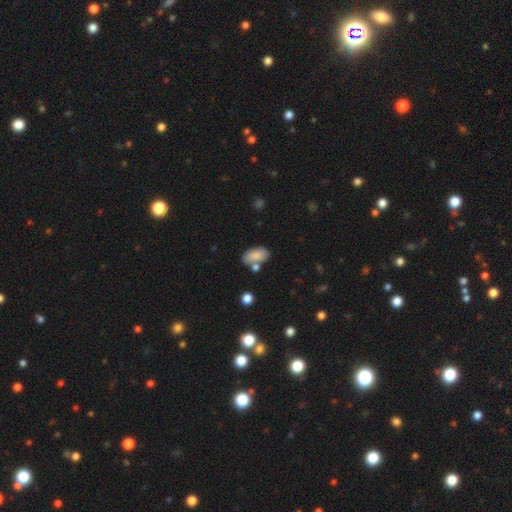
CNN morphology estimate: smooth 83%, featured or disk 9%, star or artifact 8%. Down the decision tree: how rounded — in between (93%); merging — none (57%).